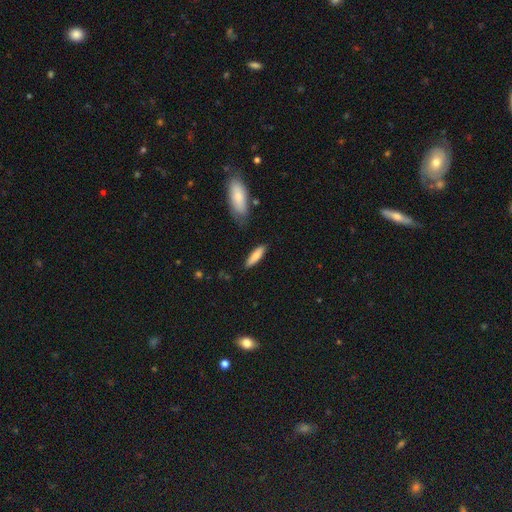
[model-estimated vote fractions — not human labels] A smooth galaxy with no disk features (79%) that is cigar-shaped (64%).

Vote fractions:
- Smooth or featured? smooth: 79% / featured or disk: 15% / star or artifact: 6%
- How rounded? cigar-shaped: 64% / in between: 35% / round: 2%
- Merging? none: 83% / minor disturbance: 12% / major disturbance: 3% / merger: 2%